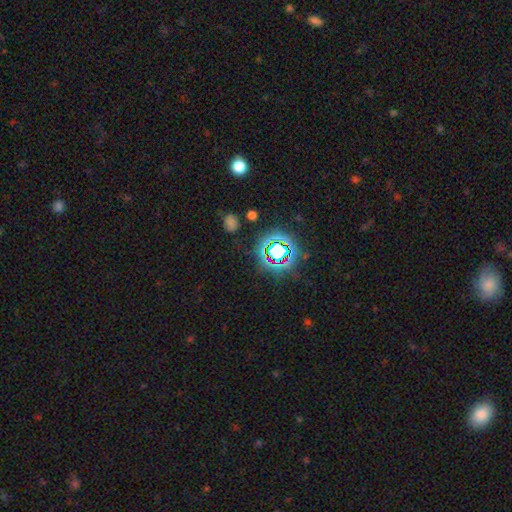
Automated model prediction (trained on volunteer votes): A star or artifact, not a galaxy (76%).